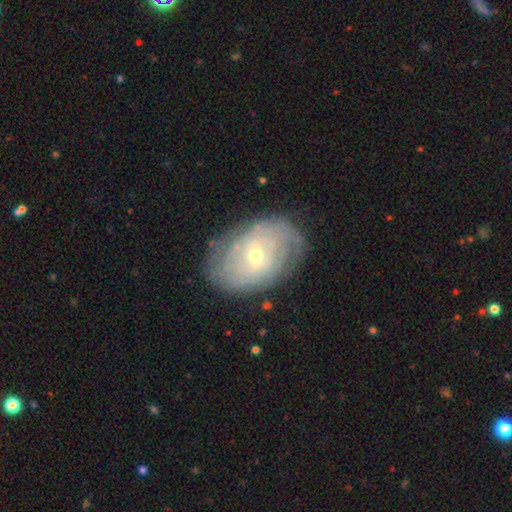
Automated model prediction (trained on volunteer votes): Smooth or featured? featured or disk (77%)
Edge-on disk? no (95%)
Bar? no (58%)
Spiral arms? yes (85%)
Spiral winding? tight (76%)
Spiral arm count? can't tell (54%)
Bulge size? small (51%)
Merging? none (78%)